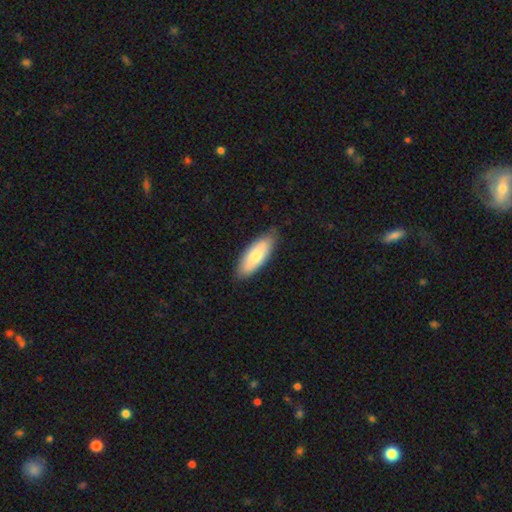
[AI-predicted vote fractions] Smooth or featured?
  - smooth: 74% *
  - featured or disk: 21%
  - star or artifact: 5%
How rounded?
  - in between: 73% *
  - cigar-shaped: 26%
  - round: 2%
Merging?
  - none: 80% *
  - minor disturbance: 16%
  - major disturbance: 3%
  - merger: 1%